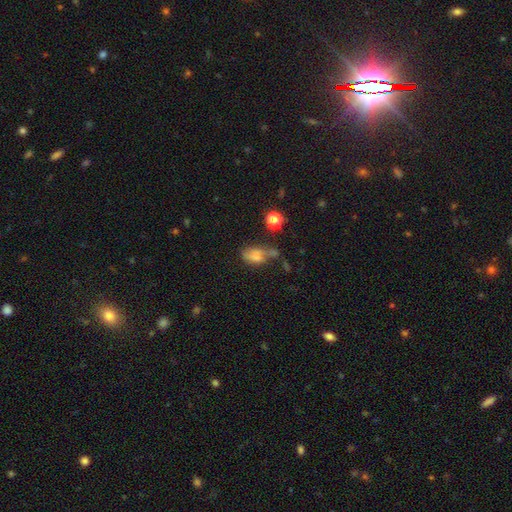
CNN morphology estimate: A smooth galaxy with no disk features (61%) that is in between round and cigar-shaped (81%). Merging: major disturbance (28%).